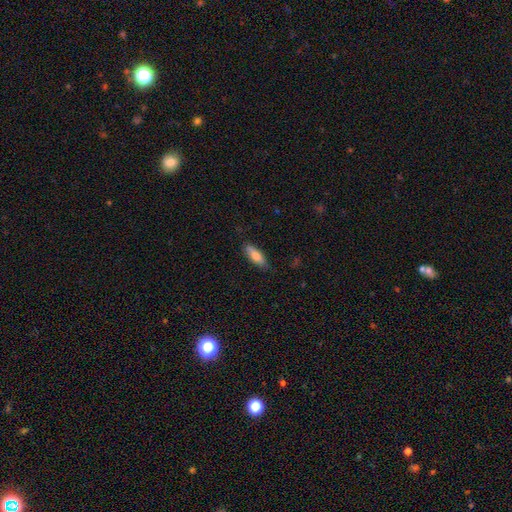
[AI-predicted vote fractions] smooth 75%, featured or disk 19%, star or artifact 6%. Down the decision tree: how rounded — in between (51%); merging — none (81%).